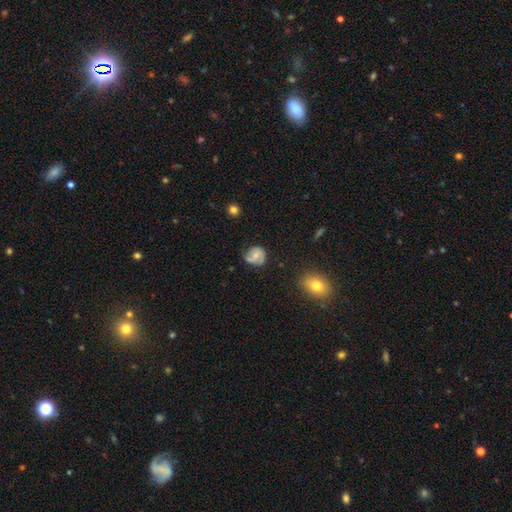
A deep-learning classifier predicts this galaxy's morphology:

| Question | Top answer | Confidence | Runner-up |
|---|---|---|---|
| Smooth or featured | featured or disk | 57% | smooth (35%) |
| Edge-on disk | no | 98% | yes (2%) |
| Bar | no | 68% | weak (27%) |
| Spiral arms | yes | 83% | no (17%) |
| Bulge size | small | 48% | moderate (45%) |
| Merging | none | 59% | minor disturbance (27%) |